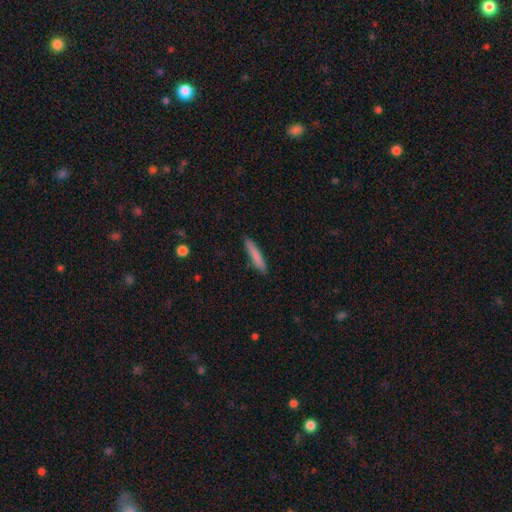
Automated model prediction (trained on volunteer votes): smooth 81%, featured or disk 13%, star or artifact 6%. Down the decision tree: how rounded — cigar-shaped (92%); merging — none (88%).